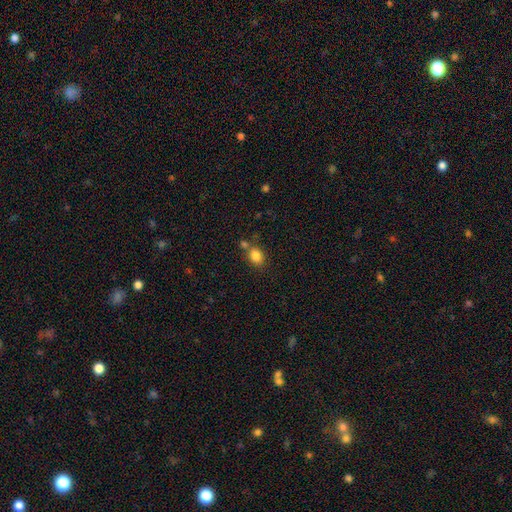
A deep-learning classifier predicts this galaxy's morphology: Smooth or featured? Predicted: smooth (p=0.83). How rounded? Predicted: in between (p=0.54). Merging? Predicted: none (p=0.63).